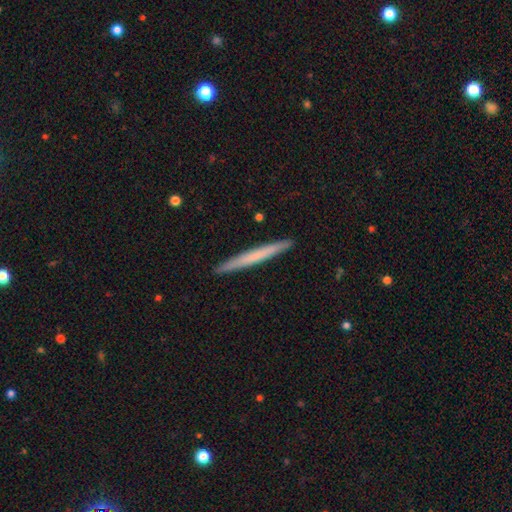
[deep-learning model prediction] A smooth galaxy with no disk features (57%) that is cigar-shaped (97%).

Vote fractions:
- Smooth or featured? smooth: 57% / featured or disk: 38% / star or artifact: 5%
- How rounded? cigar-shaped: 97% / in between: 2% / round: 1%
- Merging? none: 93% / minor disturbance: 5% / major disturbance: 1% / merger: 1%